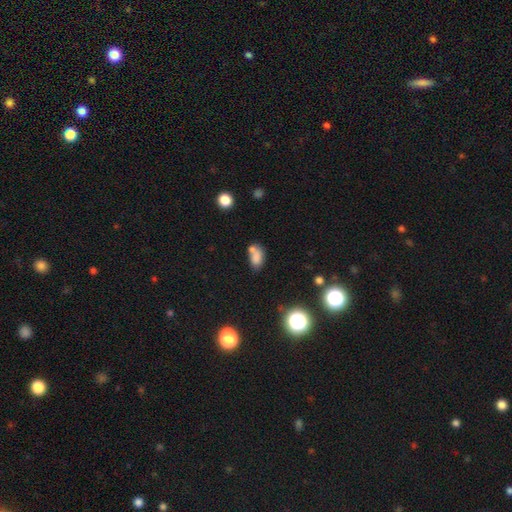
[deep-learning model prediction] Overall: smooth (73%). How rounded: in between (83%). Merging: merger (40%; none 37%).